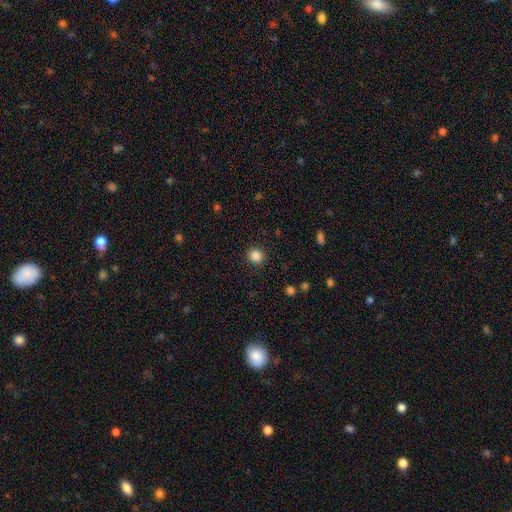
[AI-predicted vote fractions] Overall: smooth (86%). How rounded: round (82%). Merging: none (90%).